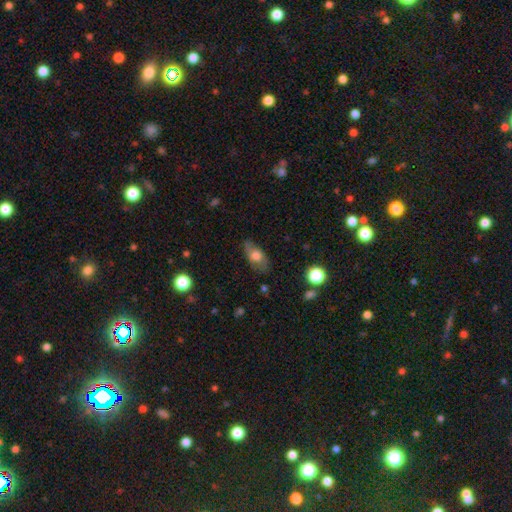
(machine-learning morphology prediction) type=smooth (66%); roundness=in between (83%); merging=none (72%).